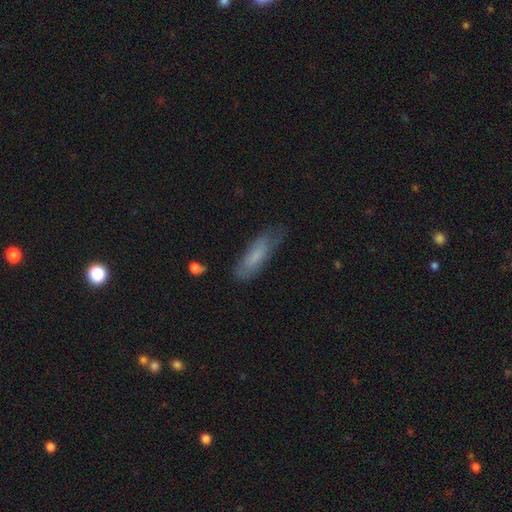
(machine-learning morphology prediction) Smooth or featured?
  - smooth: 73% *
  - featured or disk: 20%
  - star or artifact: 7%
How rounded?
  - cigar-shaped: 52% *
  - in between: 47%
  - round: 2%
Merging?
  - none: 63% *
  - minor disturbance: 27%
  - major disturbance: 8%
  - merger: 2%